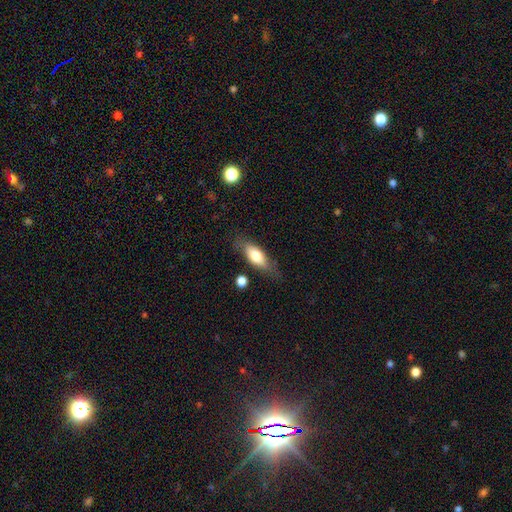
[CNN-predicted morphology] This appears to be a smooth galaxy with no disk features (70%) that is in between round and cigar-shaped (71%). Merging: none (72%).